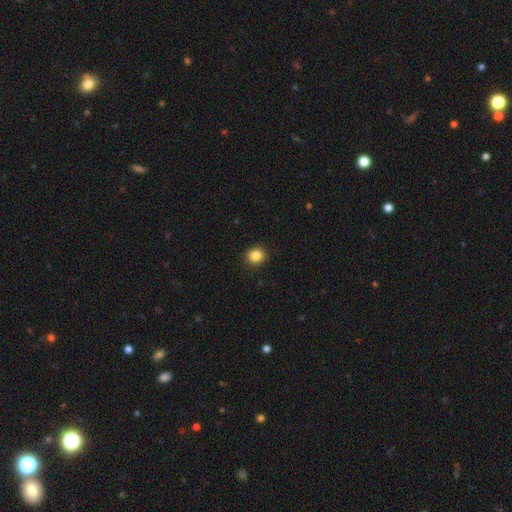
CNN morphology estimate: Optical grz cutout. It shows a smooth galaxy with no disk features (86%) that is round (83%). Merging: none (91%).